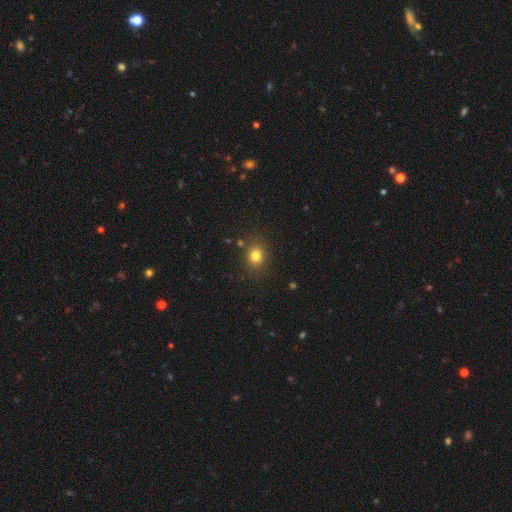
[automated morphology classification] smooth-or-featured: smooth: 80% | star or artifact: 14% | featured or disk: 6%
  how-rounded: round: 73% | in between: 26% | cigar-shaped: 1%
  merging: none: 84% | minor disturbance: 10% | merger: 3% | major disturbance: 3%